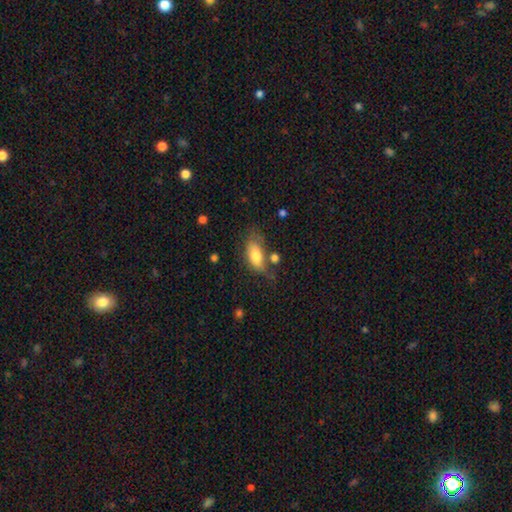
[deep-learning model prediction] This appears to be a smooth galaxy with no disk features (74%) that is in between round and cigar-shaped (87%). Merging: none (47%).